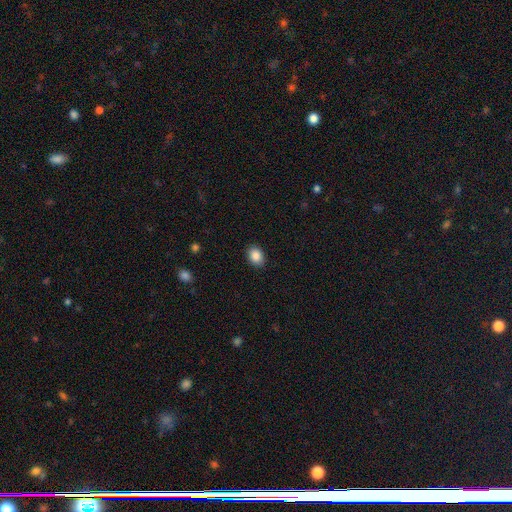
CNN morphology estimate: type=smooth (88%); roundness=in between (63%); merging=none (88%).